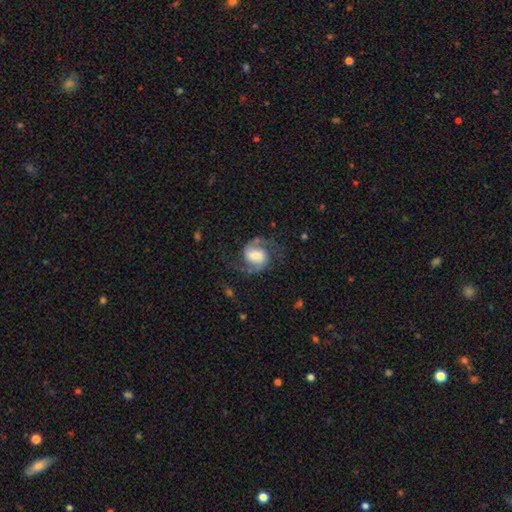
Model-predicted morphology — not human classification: Smooth or featured?
  - featured or disk: 83% *
  - smooth: 11%
  - star or artifact: 6%
Edge-on disk?
  - no: 98% *
  - yes: 2%
Bar?
  - weak: 46% *
  - no: 31%
  - strong: 23%
Spiral arms?
  - yes: 97% *
  - no: 3%
Spiral winding?
  - medium: 54% *
  - loose: 32%
  - tight: 14%
Spiral arm count?
  - 2: 92% *
  - can't tell: 2%
  - 1: 2%
  - 3: 1%
  - 4: 1%
  - more than 4: 1%
Bulge size?
  - moderate: 37% *
  - large: 29%
  - small: 21%
  - none: 8%
  - dominant: 5%
Merging?
  - none: 71% *
  - minor disturbance: 15%
  - major disturbance: 12%
  - merger: 2%